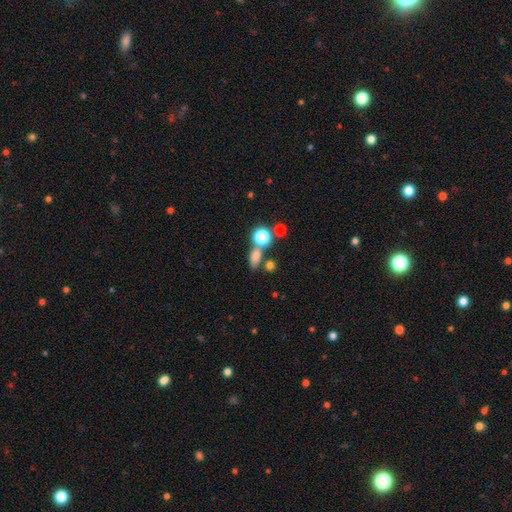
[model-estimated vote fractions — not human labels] Smooth or featured? Predicted: smooth (p=0.70). How rounded? Predicted: in between (p=0.67). Merging? Predicted: none (p=0.60).